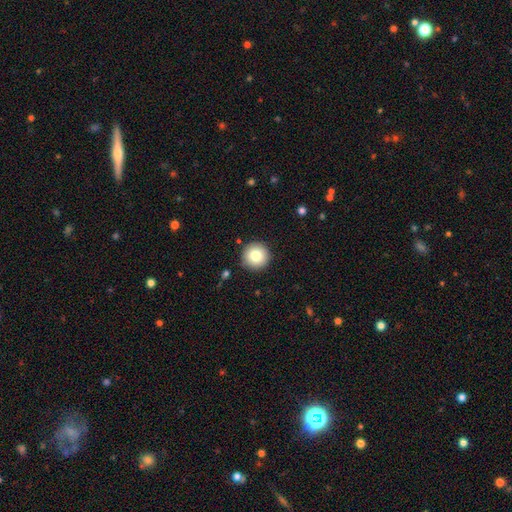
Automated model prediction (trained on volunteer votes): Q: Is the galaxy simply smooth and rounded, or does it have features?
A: smooth — 81%.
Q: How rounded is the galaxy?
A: round — 96%.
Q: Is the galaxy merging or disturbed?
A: none — 90%.